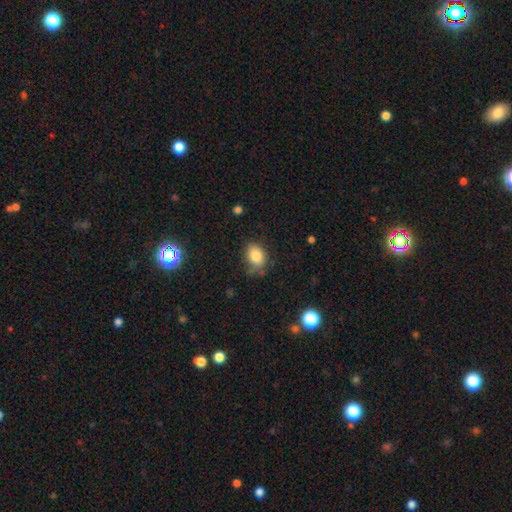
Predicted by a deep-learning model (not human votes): The model was most divided on "how rounded": in between: 73%, round: 26%, cigar-shaped: 1%. More confident: smooth or featured — smooth (83%); merging — none (70%).